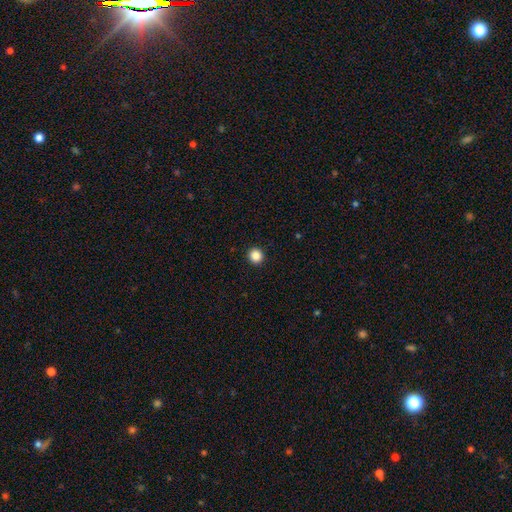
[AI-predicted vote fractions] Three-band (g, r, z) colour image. It shows a smooth galaxy with no disk features (86%) that is round (93%). Merging: none (93%).